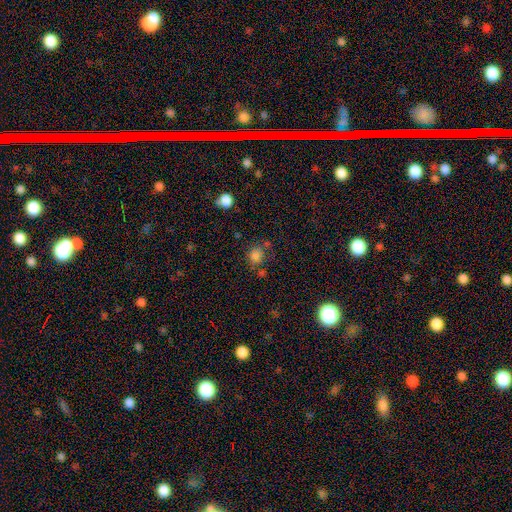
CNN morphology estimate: This appears to be a smooth galaxy with no disk features (79%) that is round (73%). Merging: none (66%).